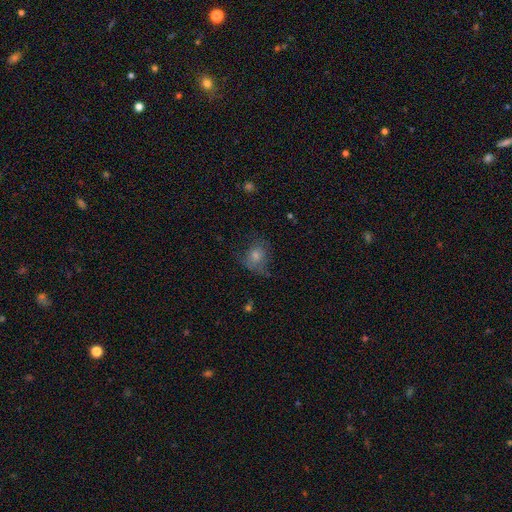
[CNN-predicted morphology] Q: Smooth or featured?
A: smooth (54%); runner-up: featured or disk (27%)
Q: How rounded?
A: round (69%); runner-up: in between (30%)
Q: Merging?
A: none (59%); runner-up: minor disturbance (23%)